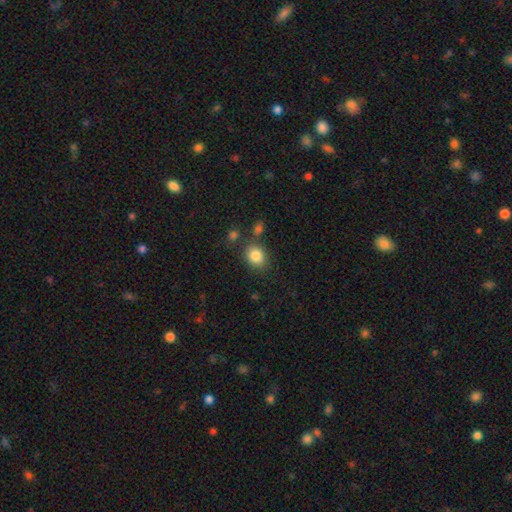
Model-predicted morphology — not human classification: Smooth or featured?
  - smooth: 85% *
  - star or artifact: 9%
  - featured or disk: 6%
How rounded?
  - in between: 50% *
  - round: 49%
  - cigar-shaped: 1%
Merging?
  - none: 74% *
  - minor disturbance: 13%
  - merger: 8%
  - major disturbance: 4%